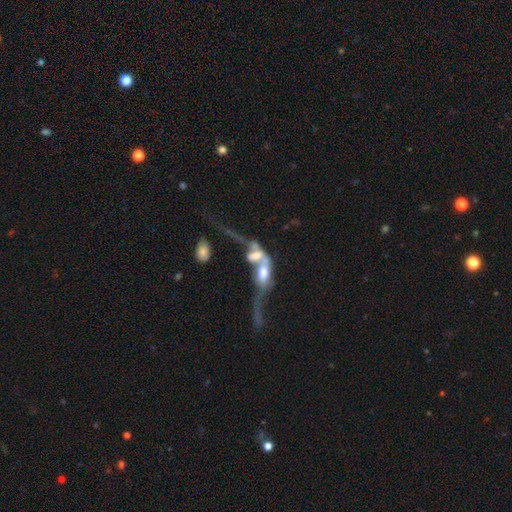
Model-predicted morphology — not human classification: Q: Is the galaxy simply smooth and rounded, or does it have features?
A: featured or disk — 59%.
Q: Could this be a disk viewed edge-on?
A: no — 81%.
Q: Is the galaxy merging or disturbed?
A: merger — 78%.